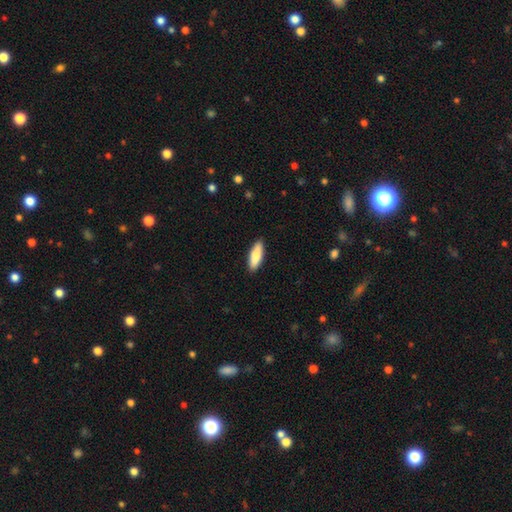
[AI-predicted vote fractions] This appears to be a smooth galaxy with no disk features (80%) that is in between round and cigar-shaped (55%). Merging: none (90%).